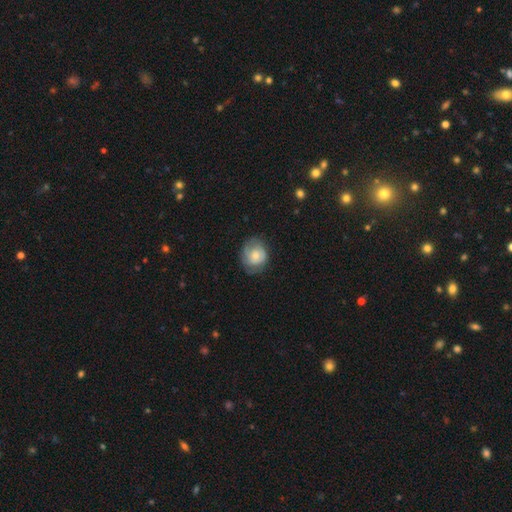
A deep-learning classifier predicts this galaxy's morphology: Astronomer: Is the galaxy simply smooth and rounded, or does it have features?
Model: smooth — 60%.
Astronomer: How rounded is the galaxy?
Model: round — 70%.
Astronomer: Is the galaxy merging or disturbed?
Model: none — 62%.